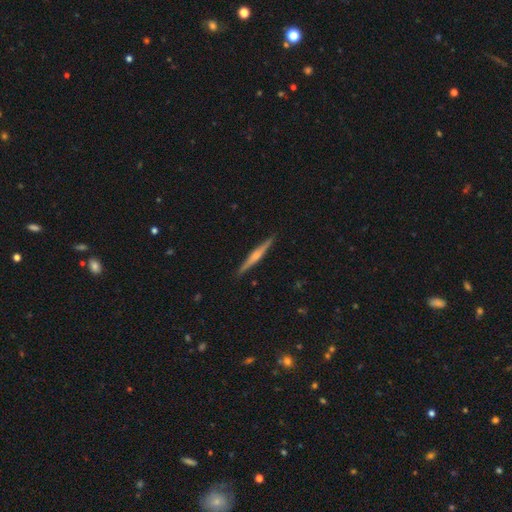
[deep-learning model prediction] This is likely a featured or disk galaxy (66%). It is clearly viewed edge-on (98%). Edge-on bulge: likely rounded (67%). Merging: clearly none (92%).